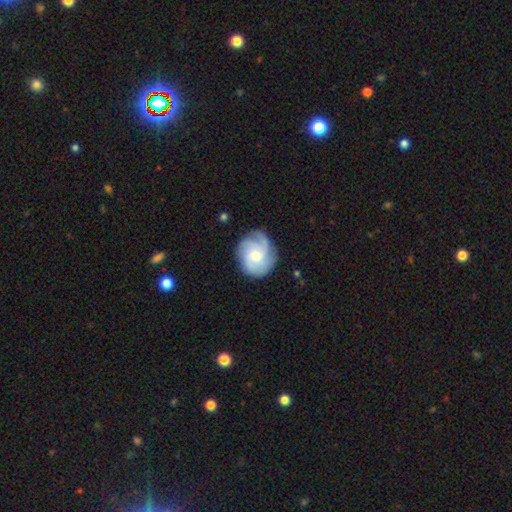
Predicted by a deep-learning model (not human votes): Smooth or featured: featured or disk — 73% (smooth — 20%)
Edge-on disk: no — 98% (yes — 2%)
Bar: no — 72% (weak — 25%)
Spiral arms: yes — 95% (no — 5%)
Spiral winding: tight — 49% (medium — 38%)
Spiral arm count: 3 — 32% (can't tell — 24%)
Bulge size: small — 48% (moderate — 47%)
Merging: none — 76% (minor disturbance — 17%)